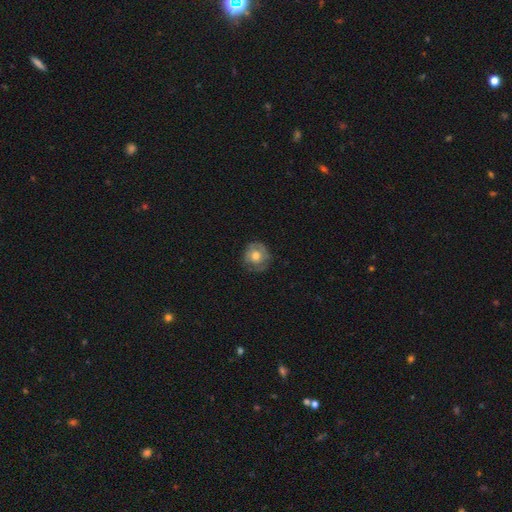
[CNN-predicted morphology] Smooth or featured? Predicted: smooth (p=0.53). How rounded? Predicted: round (p=0.88). Merging? Predicted: none (p=0.72).